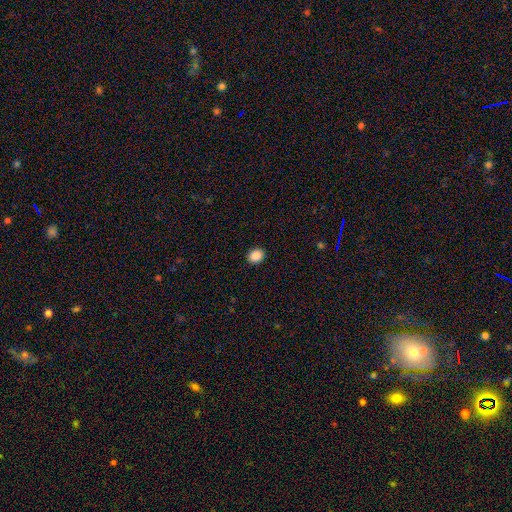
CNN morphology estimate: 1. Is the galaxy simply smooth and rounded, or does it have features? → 89% smooth, 9% star or artifact, 3% featured or disk.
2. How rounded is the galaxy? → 59% round, 40% in between, 1% cigar-shaped.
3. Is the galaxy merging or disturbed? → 91% none, 6% minor disturbance, 2% major disturbance, 1% merger.